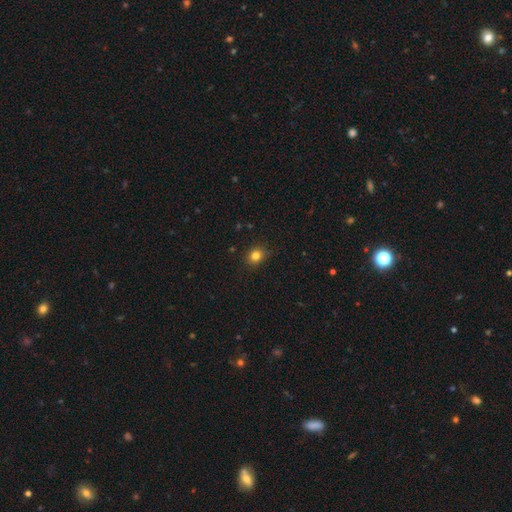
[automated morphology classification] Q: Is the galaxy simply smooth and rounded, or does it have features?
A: smooth — 82%.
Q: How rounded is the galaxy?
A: round — 72%.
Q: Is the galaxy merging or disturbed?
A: none — 86%.